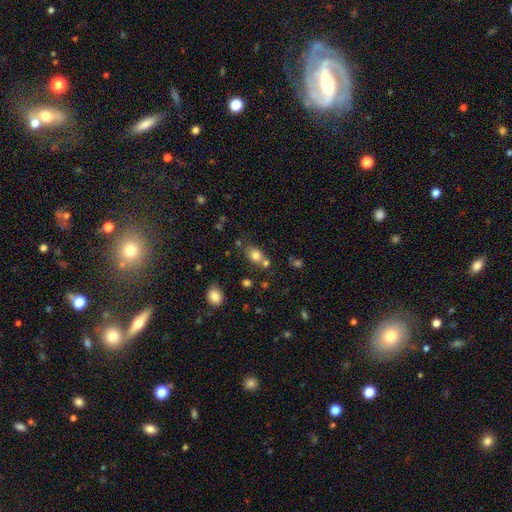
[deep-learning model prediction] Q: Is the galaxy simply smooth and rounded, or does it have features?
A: smooth — 79%.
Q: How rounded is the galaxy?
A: in between — 61%.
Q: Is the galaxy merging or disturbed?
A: none — 58%.